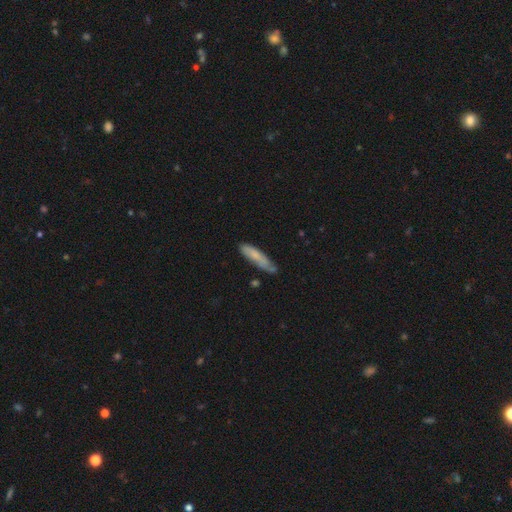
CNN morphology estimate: This appears to be a smooth galaxy with no disk features (68%) that is cigar-shaped (78%). Merging: none (62%).